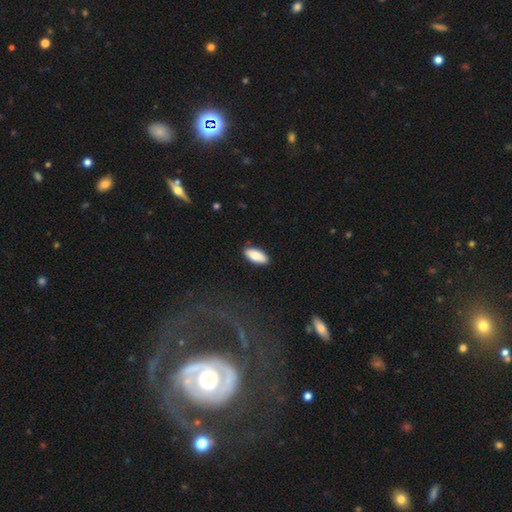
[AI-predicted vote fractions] smooth 84%, featured or disk 10%, star or artifact 6%. Down the decision tree: how rounded — in between (80%); merging — none (88%).